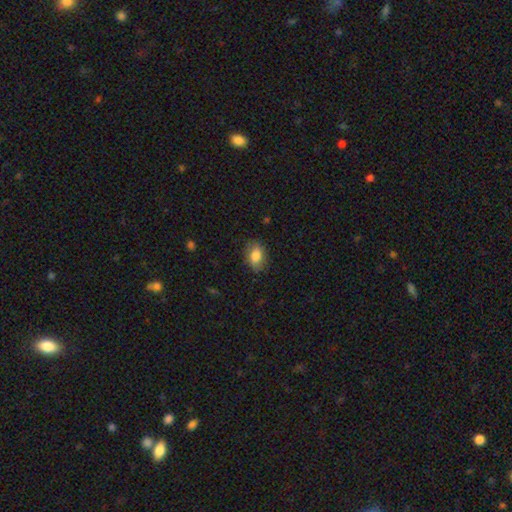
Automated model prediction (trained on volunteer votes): Q: Smooth or featured?
A: smooth (83%); runner-up: featured or disk (9%)
Q: How rounded?
A: in between (83%); runner-up: round (15%)
Q: Merging?
A: none (82%); runner-up: minor disturbance (14%)